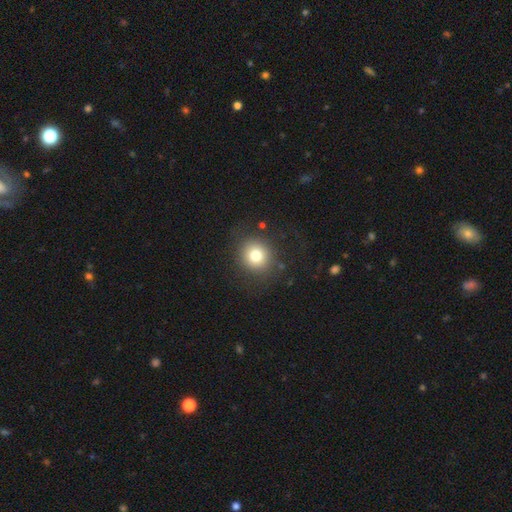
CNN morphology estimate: smooth_or_featured: smooth (p=0.77) [alt: star or artifact p=0.12]
how_rounded: round (p=0.92) [alt: in between p=0.07]
merging: none (p=0.85) [alt: minor disturbance p=0.09]